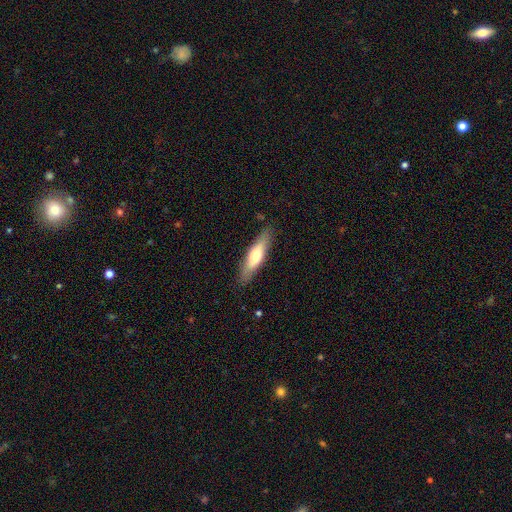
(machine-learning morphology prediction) This is likely a smooth galaxy (61%). How rounded: likely cigar-shaped (67%). Merging: clearly none (85%).